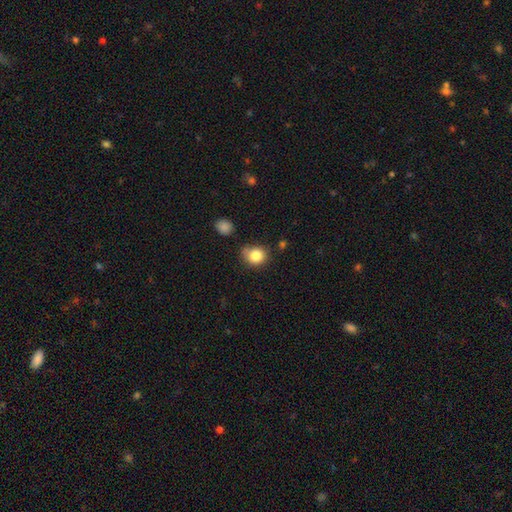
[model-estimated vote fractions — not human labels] The model was most divided on "merging": none: 63%, minor disturbance: 24%, merger: 7%, major disturbance: 6%. More confident: smooth or featured — smooth (83%); how rounded — round (72%).